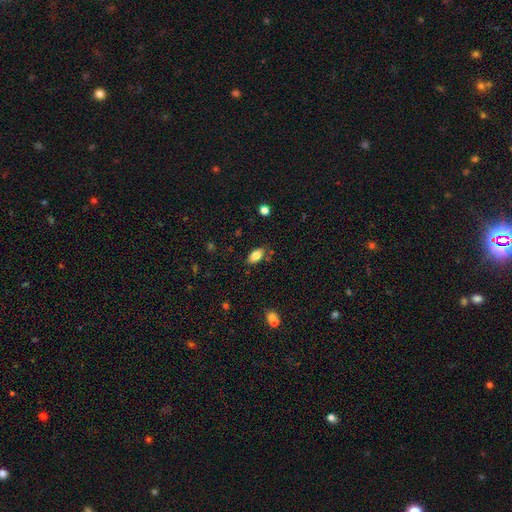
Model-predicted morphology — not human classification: type=smooth (81%); roundness=in between (91%); merging=none (82%).